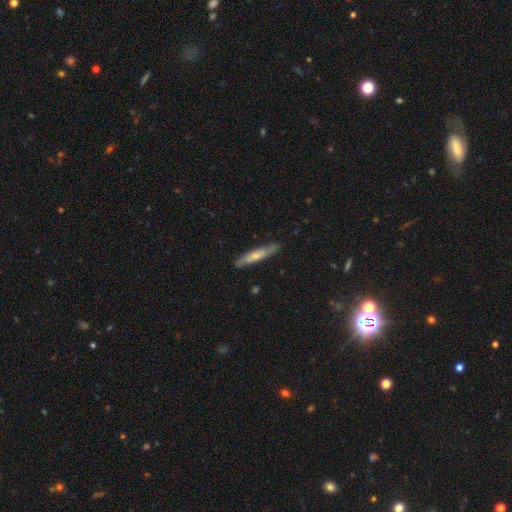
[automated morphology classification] Smooth or featured?
  - smooth: 53% *
  - featured or disk: 42%
  - star or artifact: 5%
How rounded?
  - cigar-shaped: 87% *
  - in between: 12%
  - round: 1%
Merging?
  - none: 84% *
  - minor disturbance: 13%
  - major disturbance: 2%
  - merger: 1%